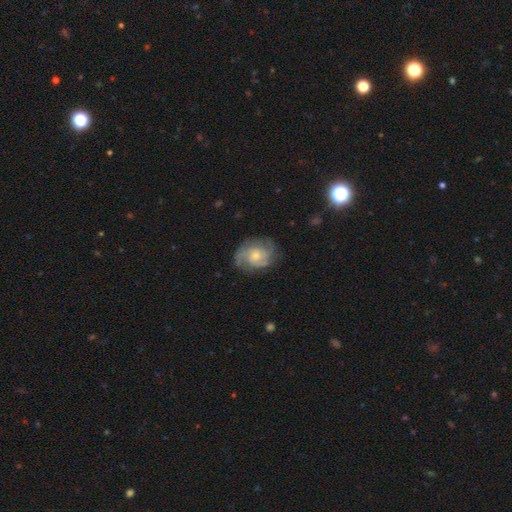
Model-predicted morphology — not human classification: Smooth or featured: featured or disk — 74% (smooth — 20%)
Edge-on disk: no — 98% (yes — 2%)
Bar: no — 73% (weak — 24%)
Spiral arms: yes — 92% (no — 8%)
Spiral winding: tight — 45% (medium — 41%)
Spiral arm count: 2 — 42% (can't tell — 24%)
Bulge size: small — 53% (moderate — 39%)
Merging: none — 71% (minor disturbance — 19%)